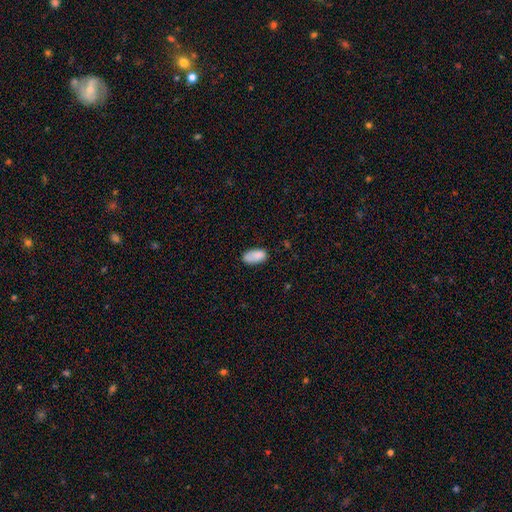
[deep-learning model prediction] A smooth galaxy with no disk features (85%) that is in between round and cigar-shaped (94%). Merging: none (70%).